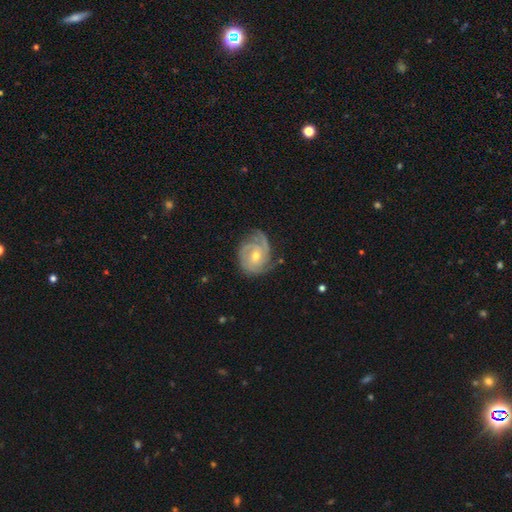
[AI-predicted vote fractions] Smooth or featured?
  - featured or disk: 87% *
  - smooth: 7%
  - star or artifact: 5%
Edge-on disk?
  - no: 98% *
  - yes: 2%
Bar?
  - no: 64% *
  - weak: 30%
  - strong: 7%
Spiral arms?
  - yes: 97% *
  - no: 3%
Spiral winding?
  - tight: 68% *
  - medium: 27%
  - loose: 5%
Spiral arm count?
  - 3: 44% *
  - 2: 24%
  - can't tell: 15%
  - 4: 8%
  - 1: 5%
  - more than 4: 5%
Bulge size?
  - moderate: 58% *
  - small: 39%
  - large: 2%
  - none: 1%
  - dominant: 1%
Merging?
  - none: 72% *
  - minor disturbance: 21%
  - major disturbance: 6%
  - merger: 1%